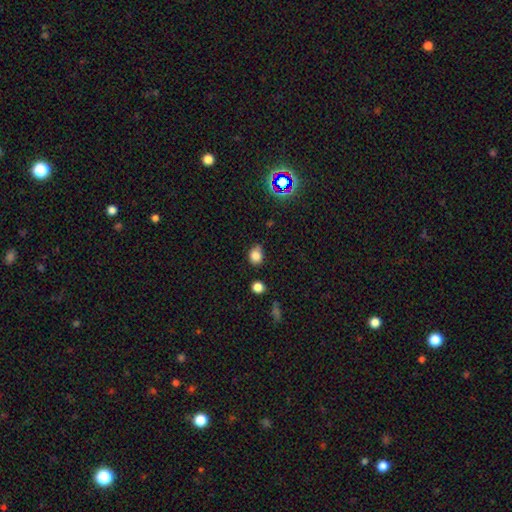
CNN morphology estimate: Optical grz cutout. It shows a smooth galaxy with no disk features (80%) that is round (54%). Merging: none (67%).